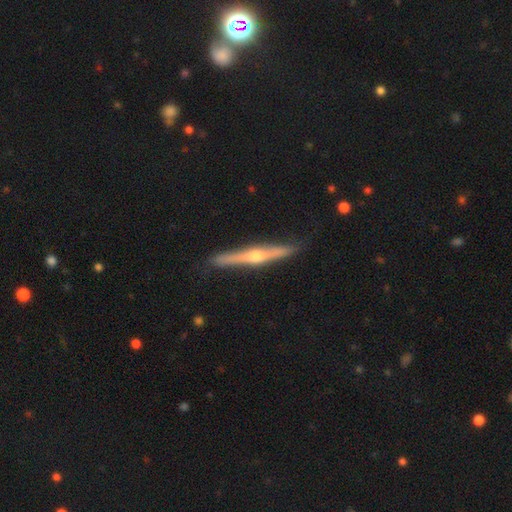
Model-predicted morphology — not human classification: smooth-or-featured: featured or disk: 70% | smooth: 25% | star or artifact: 5%
  disk-edge-on: yes: 97% | no: 3%
    edge-on-bulge: rounded: 88% | none: 8% | boxy: 5%
  merging: none: 88% | minor disturbance: 9% | major disturbance: 2% | merger: 1%